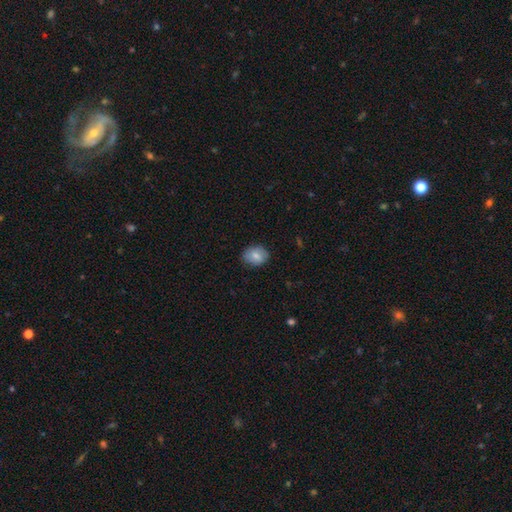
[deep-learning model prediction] Smooth or featured?
  - smooth: 79% *
  - featured or disk: 13%
  - star or artifact: 7%
How rounded?
  - in between: 58% *
  - round: 41%
  - cigar-shaped: 1%
Merging?
  - none: 83% *
  - minor disturbance: 13%
  - major disturbance: 3%
  - merger: 1%